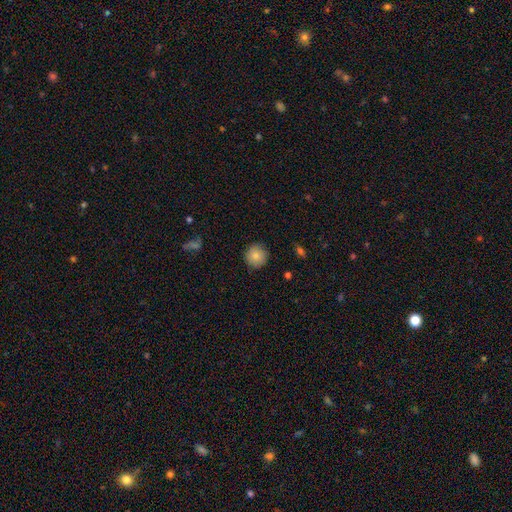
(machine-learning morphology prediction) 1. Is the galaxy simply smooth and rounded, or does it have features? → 83% smooth, 9% featured or disk, 8% star or artifact.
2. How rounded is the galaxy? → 94% round, 5% in between, 1% cigar-shaped.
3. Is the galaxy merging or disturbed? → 89% none, 8% minor disturbance, 2% major disturbance, 1% merger.